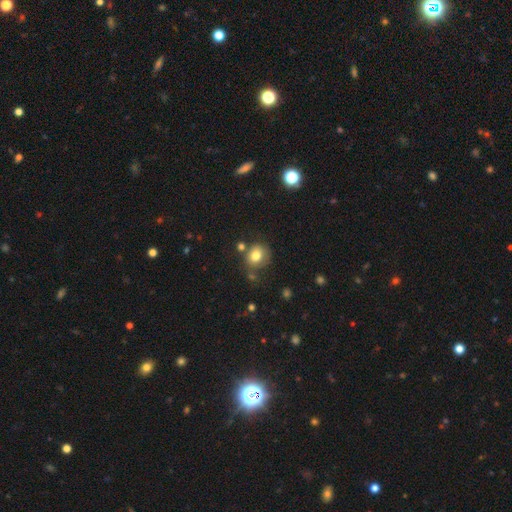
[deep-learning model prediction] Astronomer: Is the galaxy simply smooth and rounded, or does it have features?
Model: smooth — 77%.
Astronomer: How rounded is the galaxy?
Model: round — 75%.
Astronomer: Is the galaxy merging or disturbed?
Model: none — 66%.